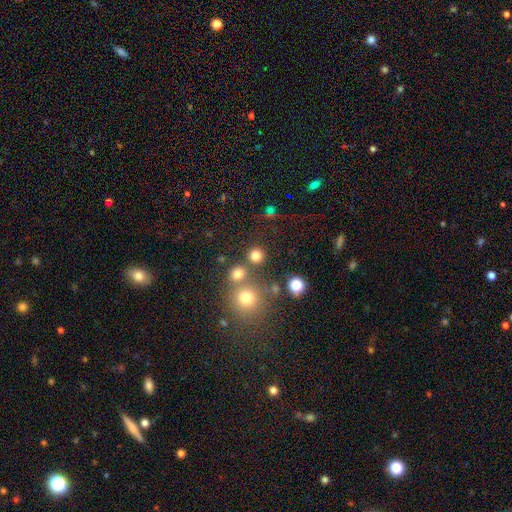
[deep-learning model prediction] Q: Smooth or featured?
A: smooth (78%); runner-up: star or artifact (16%)
Q: How rounded?
A: round (92%); runner-up: in between (7%)
Q: Merging?
A: none (79%); runner-up: merger (12%)